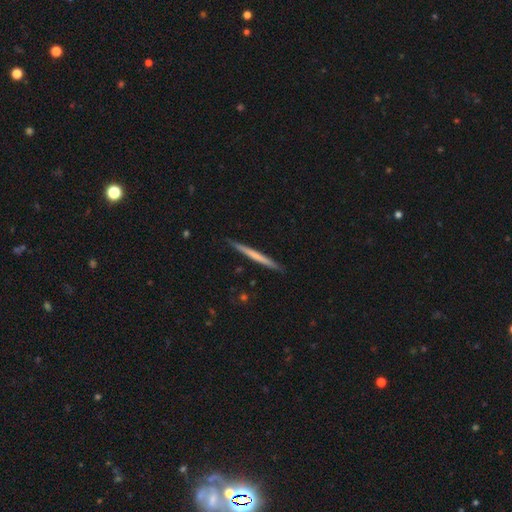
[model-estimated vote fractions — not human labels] smooth-or-featured: smooth: 52% | featured or disk: 43% | star or artifact: 5%
  how-rounded: cigar-shaped: 97% | in between: 2% | round: 1%
  merging: none: 90% | minor disturbance: 7% | major disturbance: 1% | merger: 1%